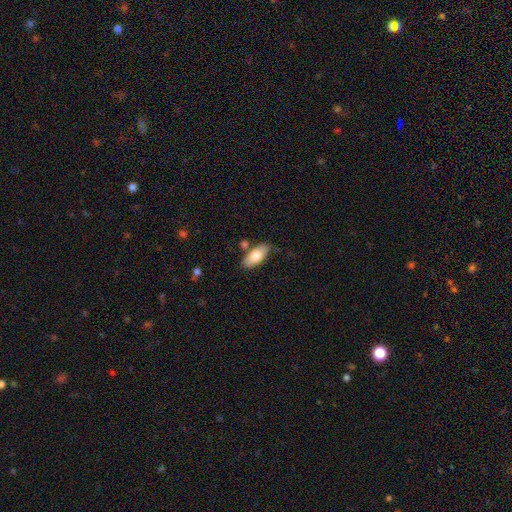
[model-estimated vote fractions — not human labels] This is likely a smooth galaxy (76%). How rounded: clearly in between (89%). Merging: likely none (74%).